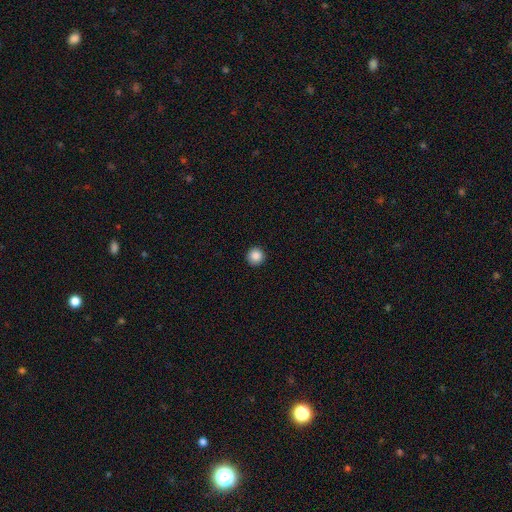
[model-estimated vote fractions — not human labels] Overall: smooth (87%). How rounded: round (96%). Merging: none (93%).